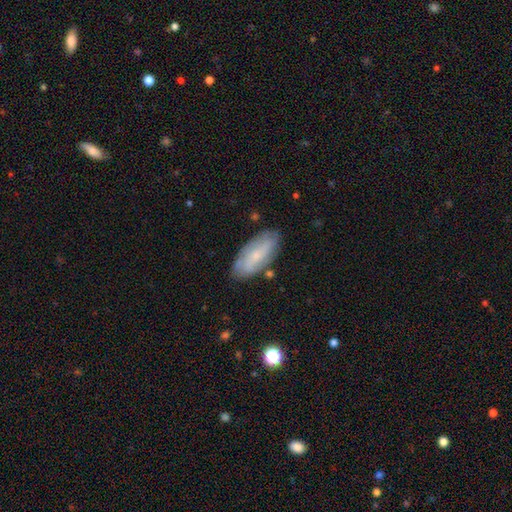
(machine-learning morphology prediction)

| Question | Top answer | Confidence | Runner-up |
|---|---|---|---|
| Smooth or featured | featured or disk | 48% | smooth (44%) |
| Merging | none | 78% | minor disturbance (16%) |